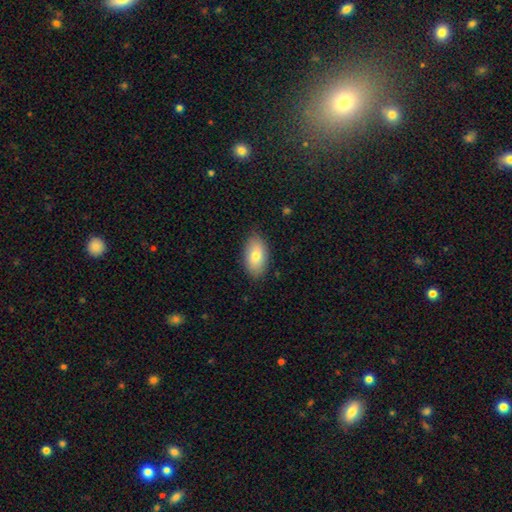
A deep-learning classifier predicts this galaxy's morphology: type=smooth (79%); roundness=in between (93%); merging=none (84%).